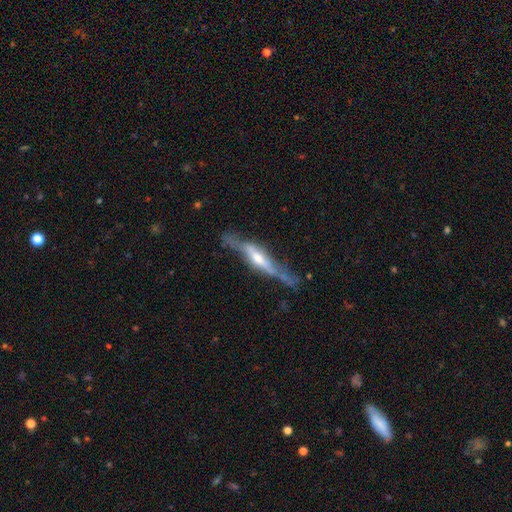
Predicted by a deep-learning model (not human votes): A featured or disk galaxy (79%) viewed edge-on (88%) with a rounded central bulge (68%).

Vote fractions:
- Smooth or featured? featured or disk: 79% / smooth: 16% / star or artifact: 5%
- Edge-on disk? yes: 88% / no: 12%
- Edge-on bulge? rounded: 68% / boxy: 23% / none: 9%
- Merging? none: 61% / minor disturbance: 25% / major disturbance: 11% / merger: 3%